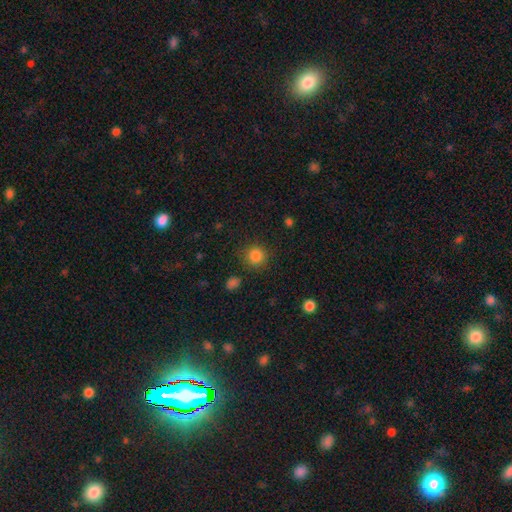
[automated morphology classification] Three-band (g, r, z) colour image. It shows a smooth galaxy with no disk features (85%) that is round (92%). Merging: none (86%).